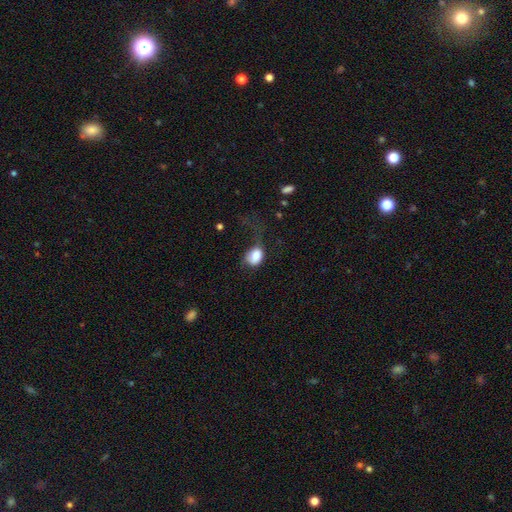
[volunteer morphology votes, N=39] Smooth or featured?
  - smooth: 87% *
  - star or artifact: 10%
  - featured or disk: 3%
How rounded?
  - in between: 53% *
  - round: 47%
  - cigar-shaped: 0%
Merging?
  - none: 43% *
  - minor disturbance: 29%
  - major disturbance: 29%
  - merger: 0%